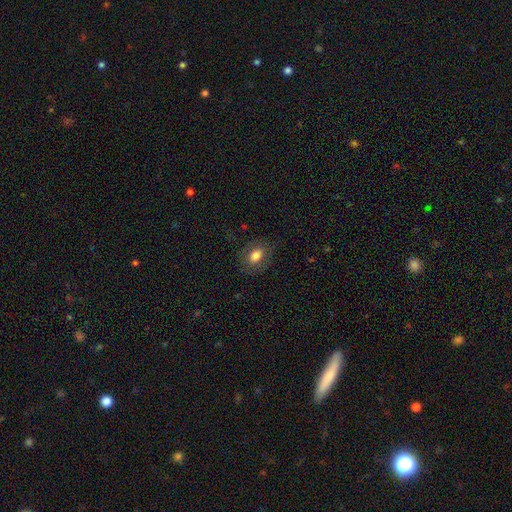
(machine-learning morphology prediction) type=smooth (77%); roundness=in between (71%); merging=none (80%).